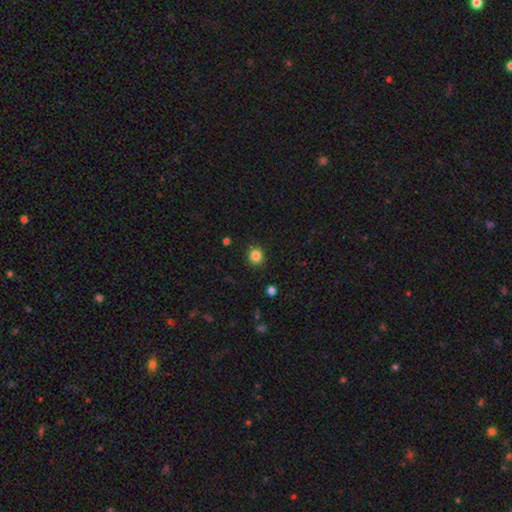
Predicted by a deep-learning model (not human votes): Smooth or featured? smooth (84%)
How rounded? round (84%)
Merging? none (90%)